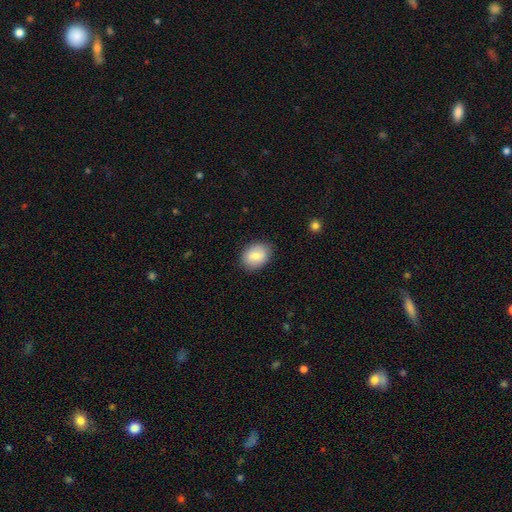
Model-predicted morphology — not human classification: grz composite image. It shows a smooth galaxy with no disk features (82%) that is in between round and cigar-shaped (65%). Merging: none (86%).